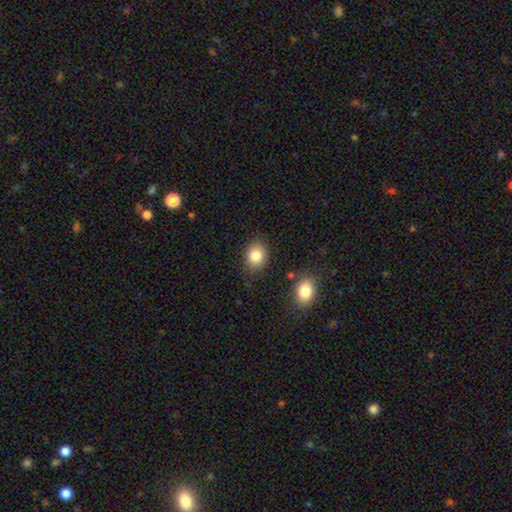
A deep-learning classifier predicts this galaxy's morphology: This appears to be a smooth galaxy with no disk features (84%) that is round (51%). Merging: none (81%).